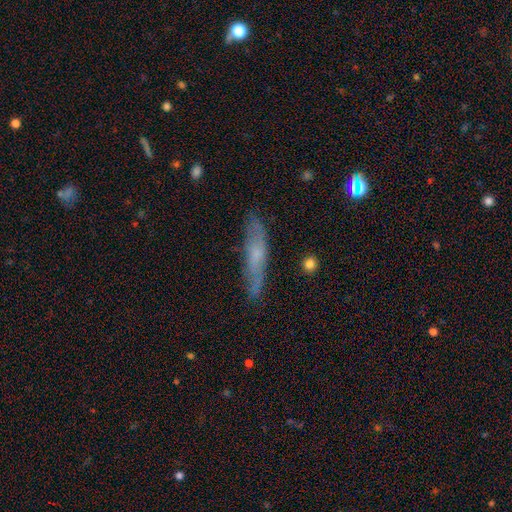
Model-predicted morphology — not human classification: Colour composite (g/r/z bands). It shows a smooth galaxy with no disk features (46%). Merging: none (79%).